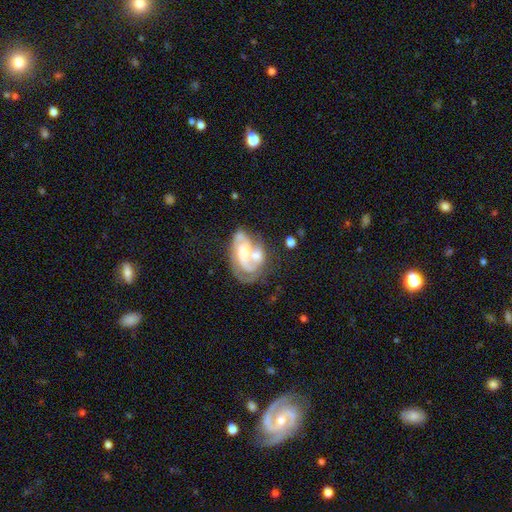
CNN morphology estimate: Smooth or featured? Predicted: featured or disk (p=0.76). Edge-on disk? Predicted: no (p=0.97). Bar? Predicted: no (p=0.63). Spiral arms? Predicted: yes (p=0.87). Spiral winding? Predicted: medium (p=0.45). Spiral arm count? Predicted: 2 (p=0.60). Bulge size? Predicted: moderate (p=0.54). Merging? Predicted: merger (p=0.48).